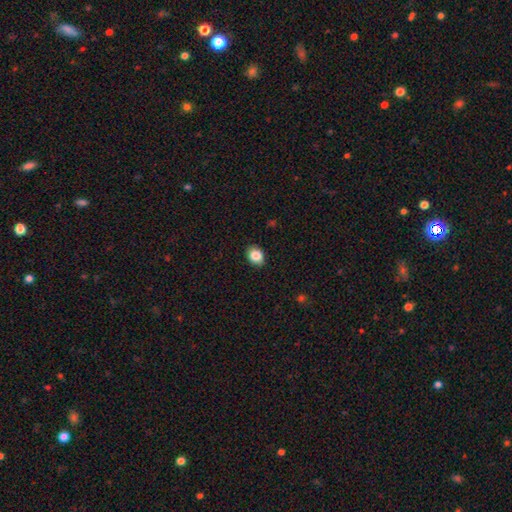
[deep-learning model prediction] Smooth or featured: smooth — 86% (star or artifact — 9%)
How rounded: in between — 61% (round — 39%)
Merging: none — 89% (minor disturbance — 8%)